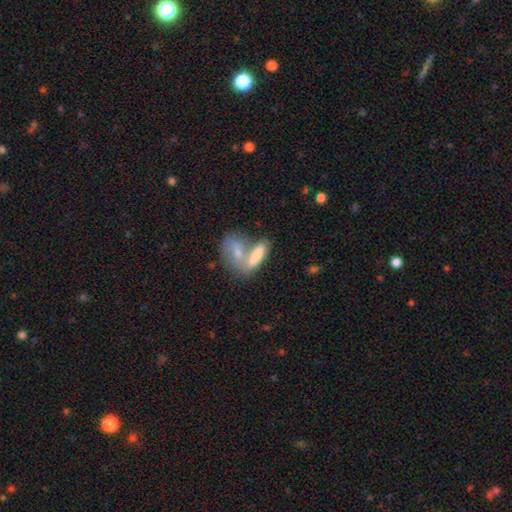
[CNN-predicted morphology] smooth 70%, featured or disk 23%, star or artifact 7%. Down the decision tree: how rounded — in between (64%); merging — merger (62%).